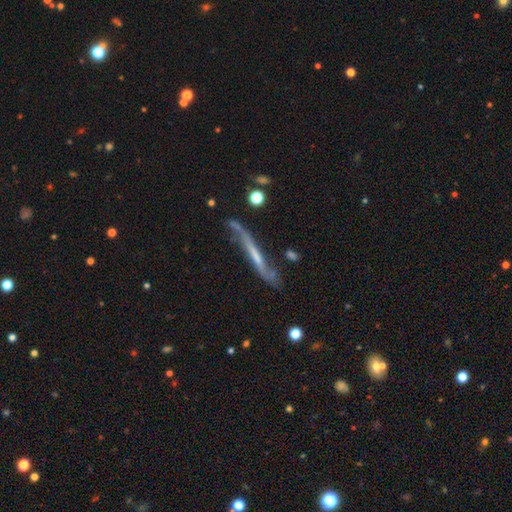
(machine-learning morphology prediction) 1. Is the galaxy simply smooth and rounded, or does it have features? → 67% featured or disk, 25% smooth, 8% star or artifact.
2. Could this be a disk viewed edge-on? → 71% yes, 29% no.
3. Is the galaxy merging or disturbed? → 51% none, 28% minor disturbance, 14% major disturbance, 7% merger.